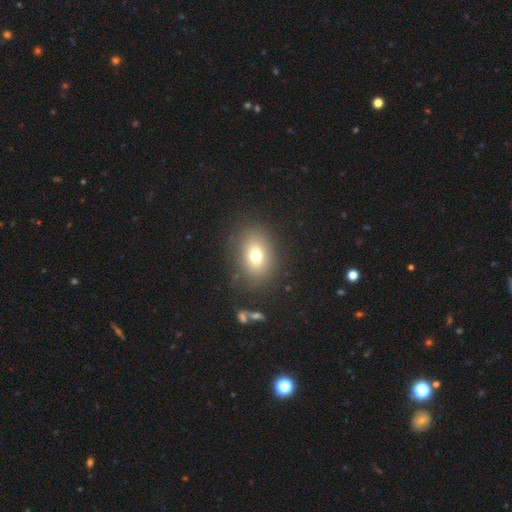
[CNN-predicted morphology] Smooth or featured?
  - smooth: 73% *
  - featured or disk: 14%
  - star or artifact: 13%
How rounded?
  - in between: 65% *
  - round: 34%
  - cigar-shaped: 1%
Merging?
  - none: 83% *
  - minor disturbance: 10%
  - major disturbance: 5%
  - merger: 2%